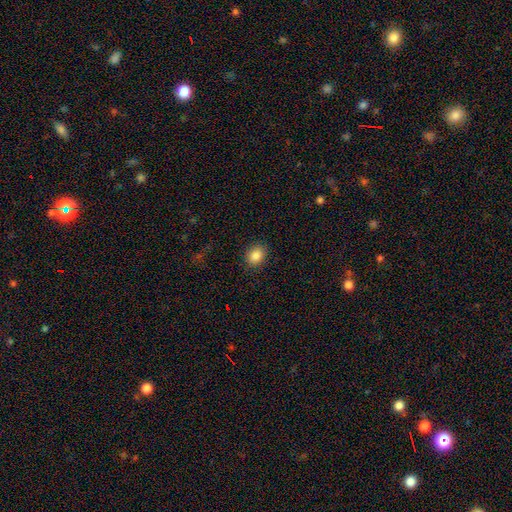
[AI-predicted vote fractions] smooth_or_featured: smooth (p=0.86) [alt: star or artifact p=0.09]
how_rounded: in between (p=0.56) [alt: round p=0.43]
merging: none (p=0.88) [alt: minor disturbance p=0.08]